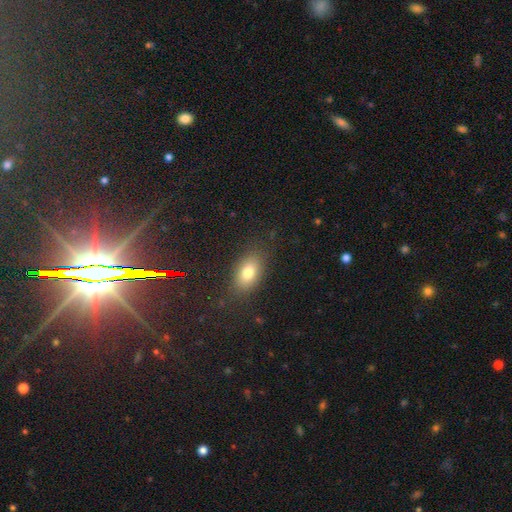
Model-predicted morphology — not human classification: Smooth or featured? Predicted: smooth (p=0.43). Merging? Predicted: none (p=0.84).